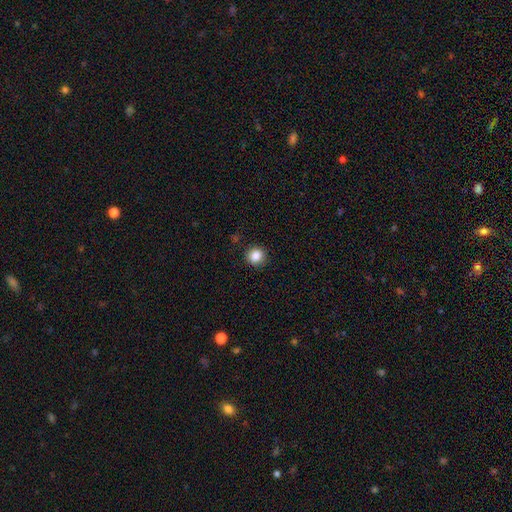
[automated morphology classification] Smooth or featured?
  - smooth: 86% *
  - star or artifact: 10%
  - featured or disk: 4%
How rounded?
  - round: 89% *
  - in between: 10%
  - cigar-shaped: 1%
Merging?
  - none: 89% *
  - minor disturbance: 7%
  - major disturbance: 2%
  - merger: 1%